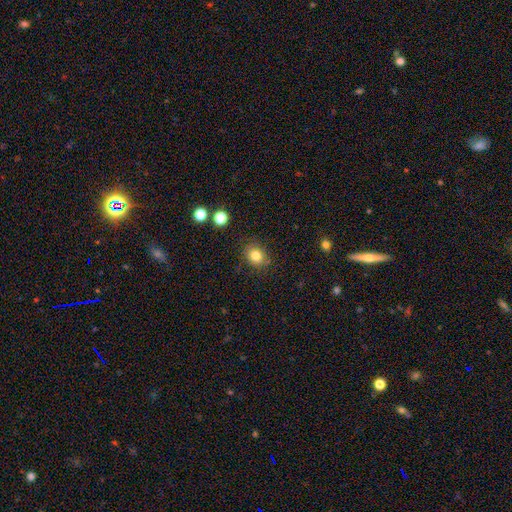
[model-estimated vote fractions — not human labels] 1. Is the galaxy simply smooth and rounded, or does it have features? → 82% smooth, 12% star or artifact, 7% featured or disk.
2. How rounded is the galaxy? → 69% round, 30% in between, 1% cigar-shaped.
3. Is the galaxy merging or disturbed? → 84% none, 11% minor disturbance, 3% major disturbance, 2% merger.